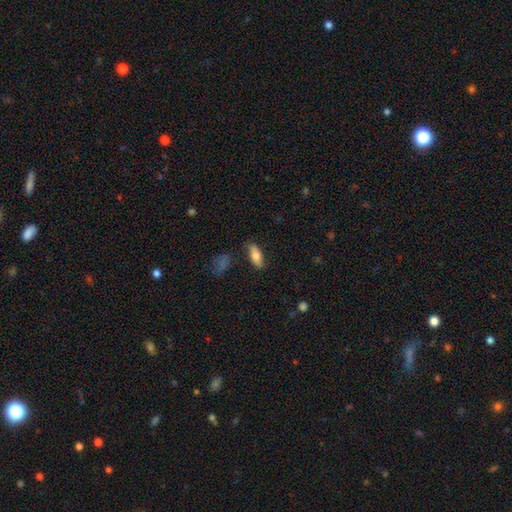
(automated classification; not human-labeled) smooth_or_featured: smooth (p=0.76) [alt: featured or disk p=0.18]
how_rounded: in between (p=0.82) [alt: cigar-shaped p=0.16]
merging: none (p=0.79) [alt: minor disturbance p=0.15]